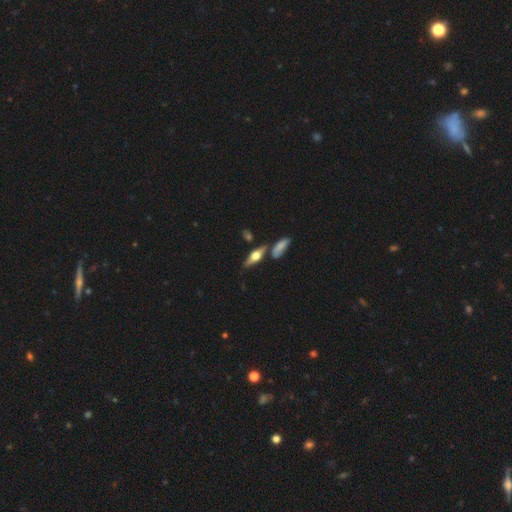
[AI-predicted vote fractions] This is possibly a featured or disk galaxy (60%). It is clearly viewed edge-on (91%). Edge-on bulge: clearly rounded (93%). Merging: likely none (69%).